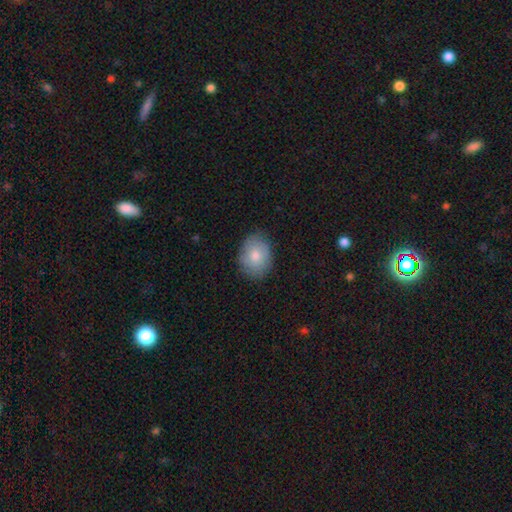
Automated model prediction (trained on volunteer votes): Q: Smooth or featured?
A: smooth (77%); runner-up: featured or disk (16%)
Q: How rounded?
A: in between (59%); runner-up: round (41%)
Q: Merging?
A: none (81%); runner-up: minor disturbance (15%)